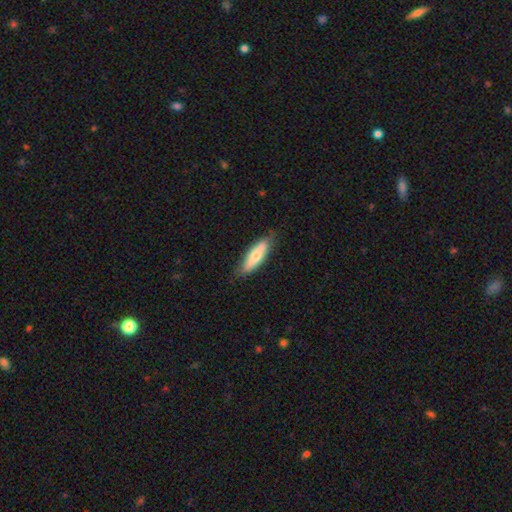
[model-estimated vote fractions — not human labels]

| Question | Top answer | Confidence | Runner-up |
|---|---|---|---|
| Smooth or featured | smooth | 63% | featured or disk (32%) |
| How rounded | cigar-shaped | 56% | in between (42%) |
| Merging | none | 78% | minor disturbance (17%) |